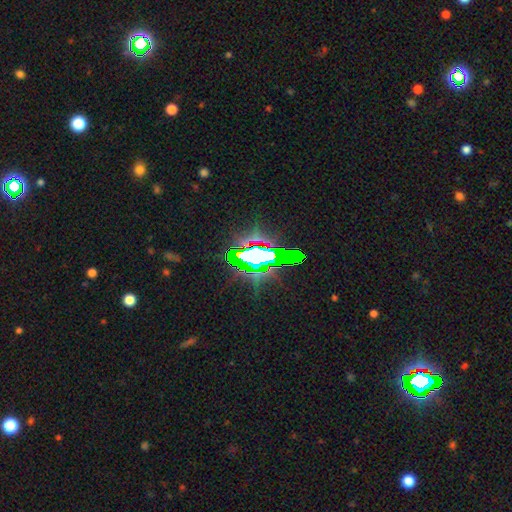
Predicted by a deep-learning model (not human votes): The model was most divided on "smooth or featured": star or artifact: 57%, featured or disk: 25%, smooth: 19%.